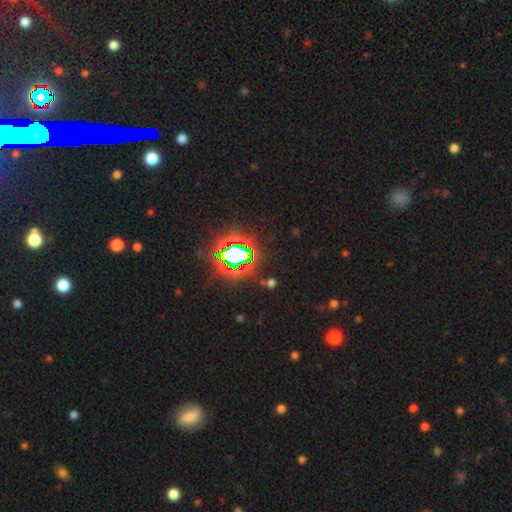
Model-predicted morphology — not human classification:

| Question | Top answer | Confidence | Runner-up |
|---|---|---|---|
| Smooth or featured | star or artifact | 82% | smooth (11%) |